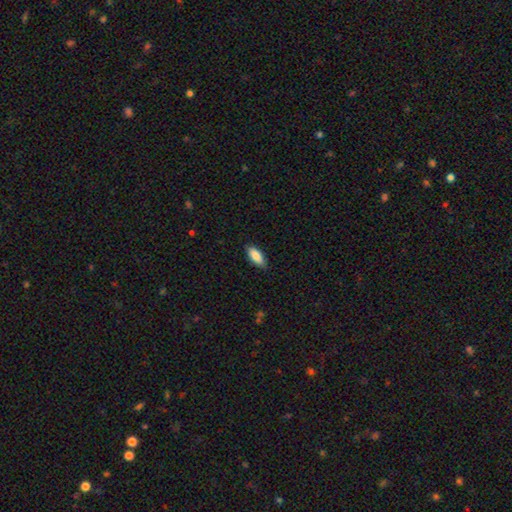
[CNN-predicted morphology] The model was most divided on "how rounded": in between: 82%, cigar-shaped: 16%, round: 2%. More confident: merging — none (85%); smooth or featured — smooth (84%).